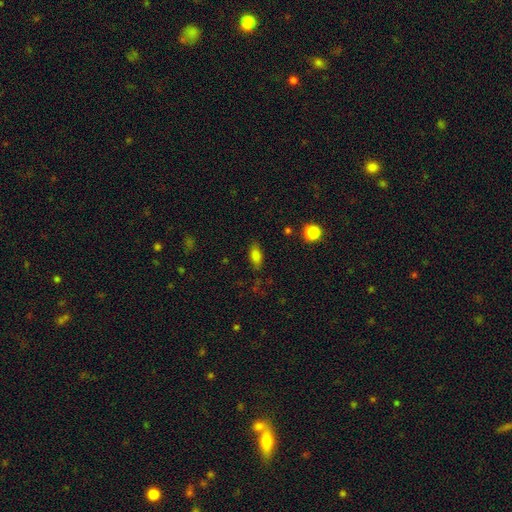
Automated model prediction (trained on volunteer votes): A smooth galaxy with no disk features (80%) that is in between round and cigar-shaped (85%). Merging: none (81%).